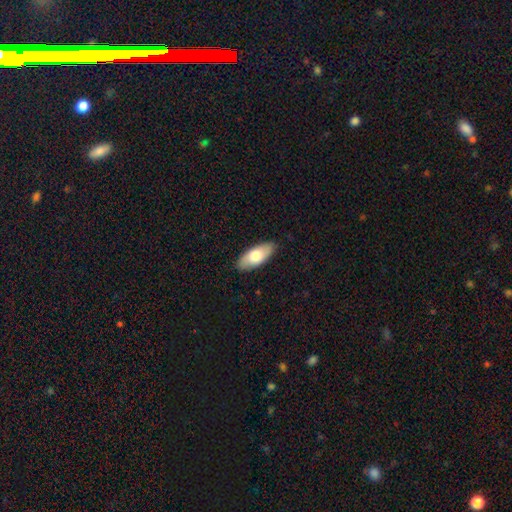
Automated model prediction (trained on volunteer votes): Morphology: type=smooth (74%); roundness=in between (85%); merging=none (88%).